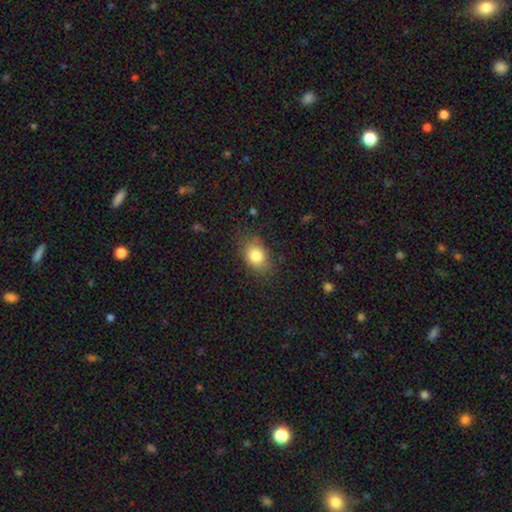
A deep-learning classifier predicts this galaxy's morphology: Smooth or featured?
  - smooth: 82% *
  - star or artifact: 9%
  - featured or disk: 9%
How rounded?
  - in between: 70% *
  - round: 29%
  - cigar-shaped: 1%
Merging?
  - none: 74% *
  - minor disturbance: 18%
  - major disturbance: 6%
  - merger: 1%